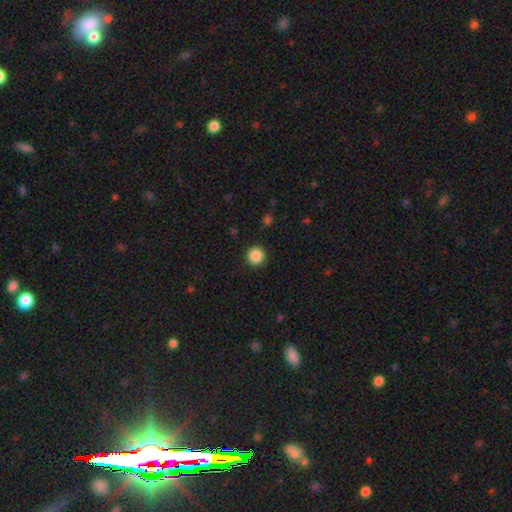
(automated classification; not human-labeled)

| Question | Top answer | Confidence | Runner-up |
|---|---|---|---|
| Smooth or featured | smooth | 87% | star or artifact (10%) |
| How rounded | round | 95% | in between (4%) |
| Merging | none | 91% | minor disturbance (6%) |